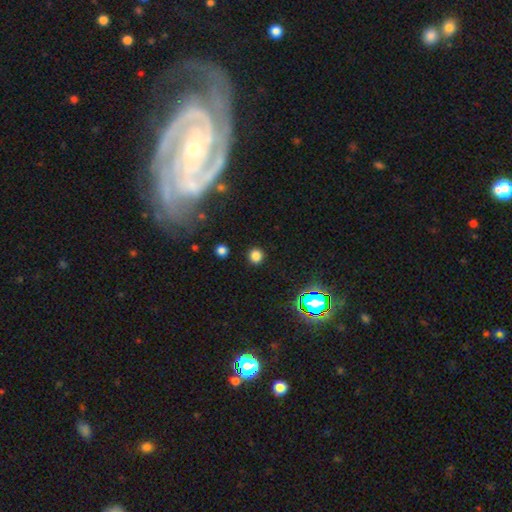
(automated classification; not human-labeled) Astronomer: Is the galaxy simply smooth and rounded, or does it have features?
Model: smooth — 80%.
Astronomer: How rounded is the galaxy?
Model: round — 91%.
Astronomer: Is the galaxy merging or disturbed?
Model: none — 91%.